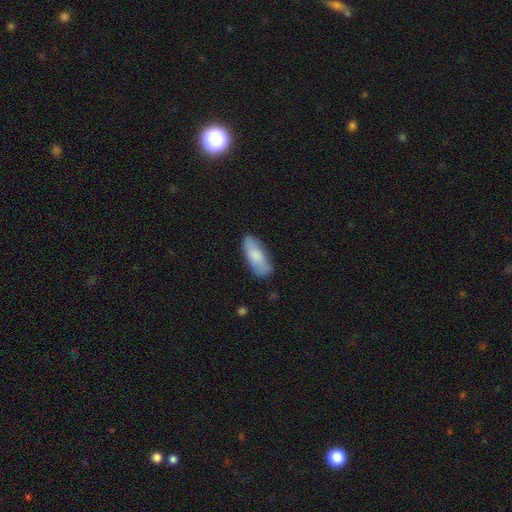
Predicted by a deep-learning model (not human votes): The model was most divided on "how rounded": in between: 80%, cigar-shaped: 18%, round: 2%. More confident: smooth or featured — smooth (79%); merging — none (79%).